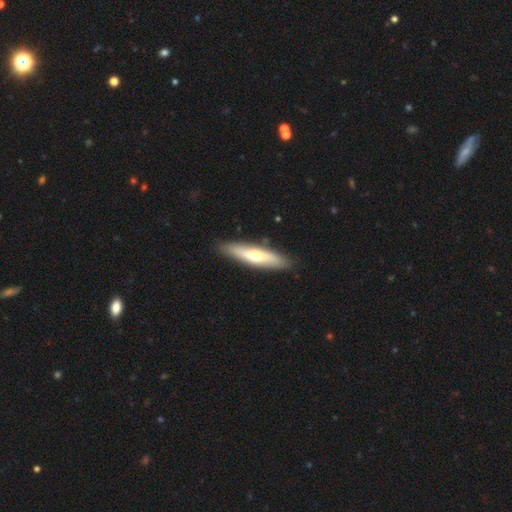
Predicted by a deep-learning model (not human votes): smooth_or_featured: smooth (p=0.50) [alt: featured or disk p=0.45]
merging: none (p=0.88) [alt: minor disturbance p=0.09]